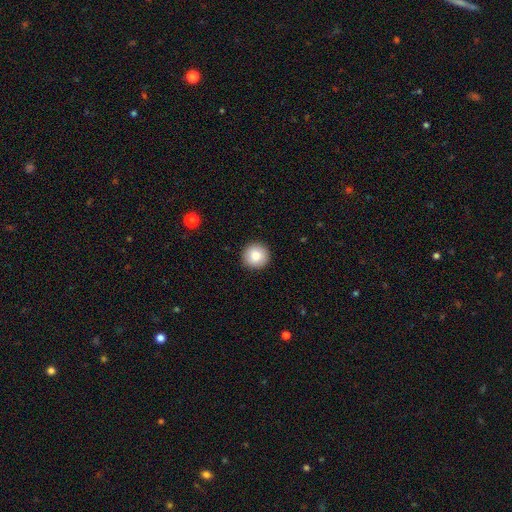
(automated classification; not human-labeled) Overall: smooth (86%). How rounded: round (95%). Merging: none (92%).